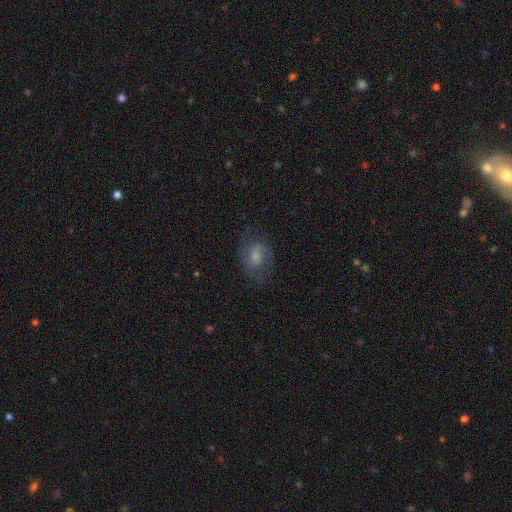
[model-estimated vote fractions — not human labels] Smooth or featured: featured or disk — 53% (smooth — 33%)
Edge-on disk: no — 96% (yes — 4%)
Bar: weak — 47% (no — 40%)
Spiral arms: yes — 83% (no — 17%)
Bulge size: moderate — 40% (small — 35%)
Merging: none — 70% (minor disturbance — 18%)